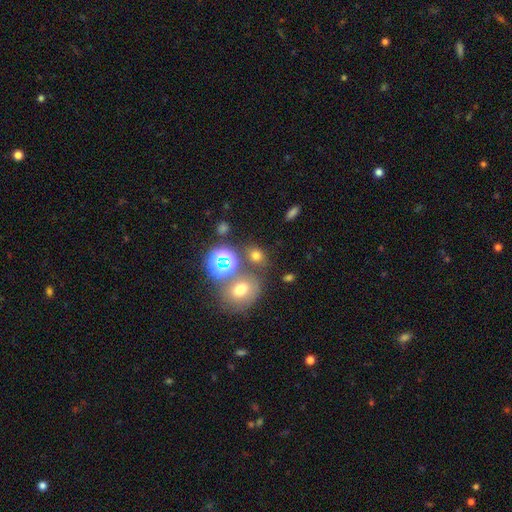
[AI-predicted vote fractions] The model was most divided on "how rounded": round: 57%, in between: 41%, cigar-shaped: 2%. More confident: merging — none (67%); smooth or featured — smooth (65%).